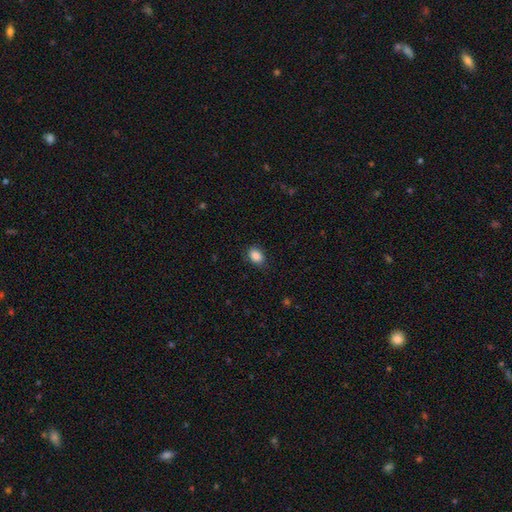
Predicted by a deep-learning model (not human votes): A smooth galaxy with no disk features (88%) that is in between round and cigar-shaped (77%).

Vote fractions:
- Smooth or featured? smooth: 88% / star or artifact: 8% / featured or disk: 4%
- How rounded? in between: 77% / round: 22% / cigar-shaped: 1%
- Merging? none: 84% / minor disturbance: 12% / major disturbance: 3% / merger: 1%